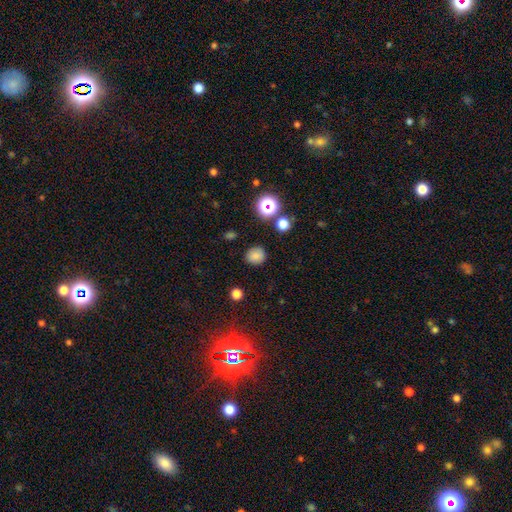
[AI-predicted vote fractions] This appears to be a smooth galaxy with no disk features (79%) that is round (79%). Merging: none (86%).